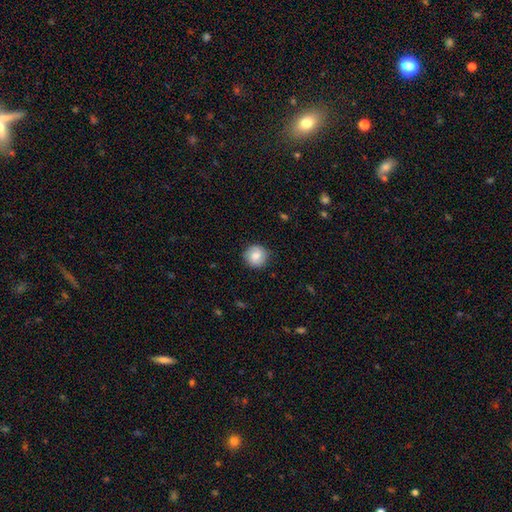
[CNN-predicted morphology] This appears to be a smooth galaxy with no disk features (78%) that is round (93%). Merging: none (86%).